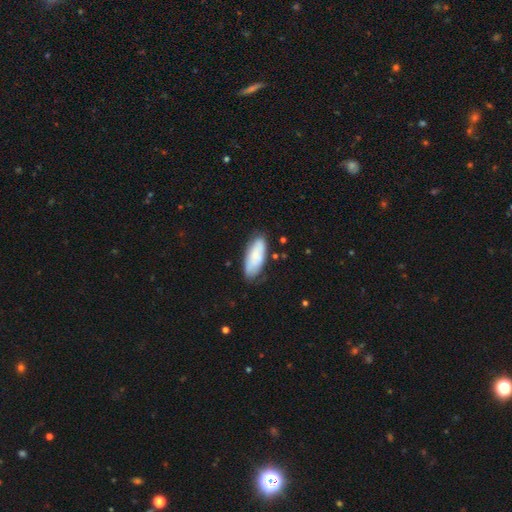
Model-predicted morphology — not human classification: Smooth or featured? smooth (75%)
How rounded? in between (79%)
Merging? none (75%)